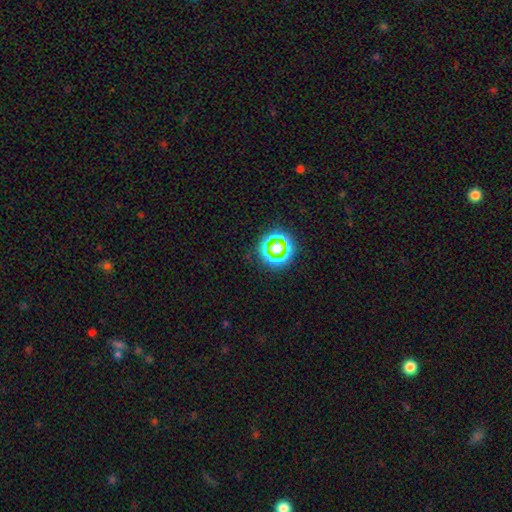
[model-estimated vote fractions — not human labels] Smooth or featured: star or artifact — 59% (smooth — 27%)